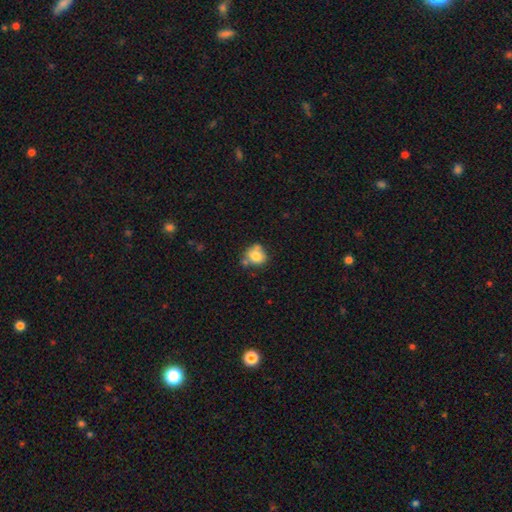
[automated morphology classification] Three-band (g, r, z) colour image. It shows a smooth galaxy with no disk features (77%) that is round (77%). Merging: none (55%).